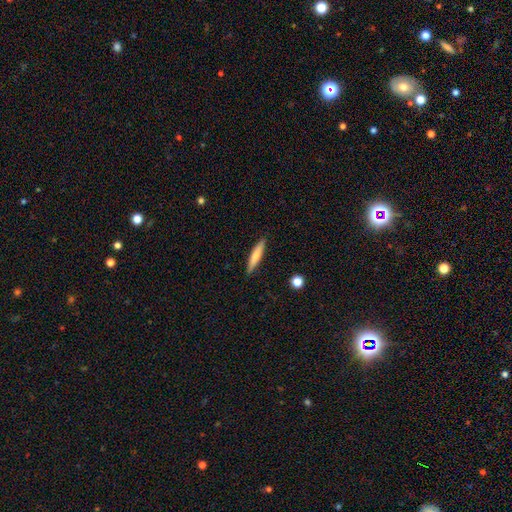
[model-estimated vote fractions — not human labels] Q: Smooth or featured?
A: smooth (65%); runner-up: featured or disk (29%)
Q: How rounded?
A: cigar-shaped (89%); runner-up: in between (9%)
Q: Merging?
A: none (90%); runner-up: minor disturbance (7%)